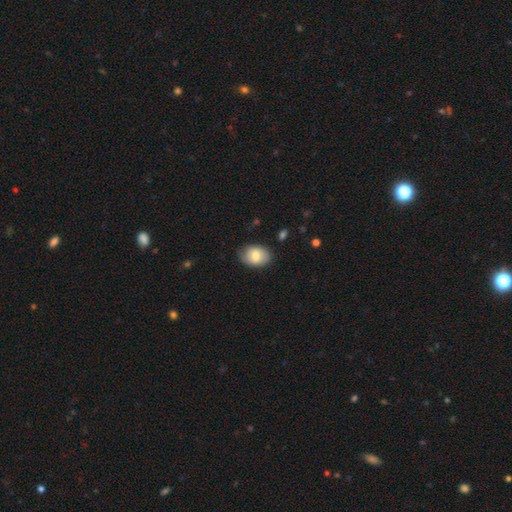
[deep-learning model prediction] Q: Smooth or featured?
A: smooth (77%); runner-up: featured or disk (17%)
Q: How rounded?
A: in between (77%); runner-up: round (22%)
Q: Merging?
A: none (77%); runner-up: minor disturbance (18%)